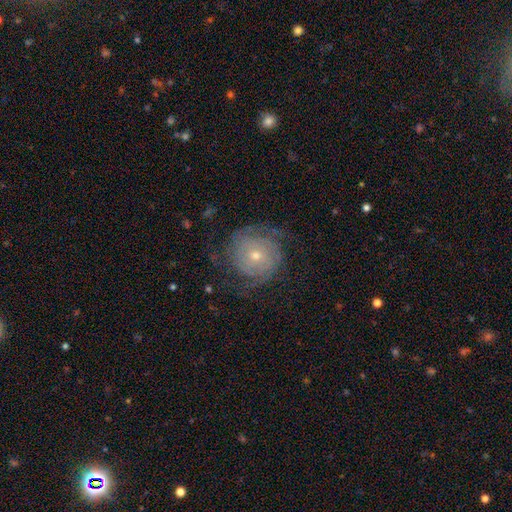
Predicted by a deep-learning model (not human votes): Overall: featured or disk (76%). Edge-on disk: no (97%). Bar: no (75%). Spiral arms: yes (91%). Spiral arm count: 2 (44%; can't tell 29%). Spiral winding: tight (63%; medium 27%). Bulge size: small (56%; moderate 41%). Merging: none (70%).